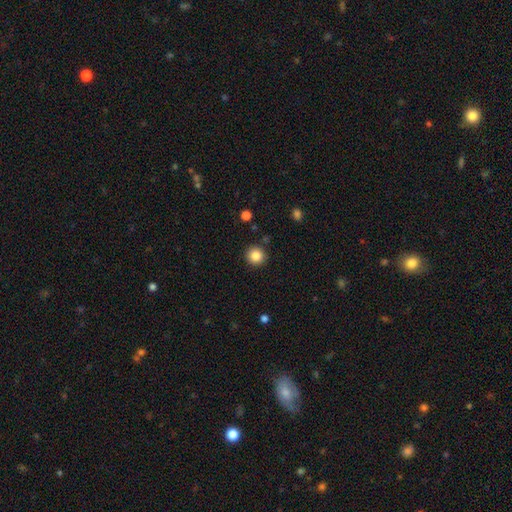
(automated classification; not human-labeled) The model was most divided on "smooth or featured": smooth: 85%, star or artifact: 10%, featured or disk: 5%. More confident: how rounded — round (94%); merging — none (90%).